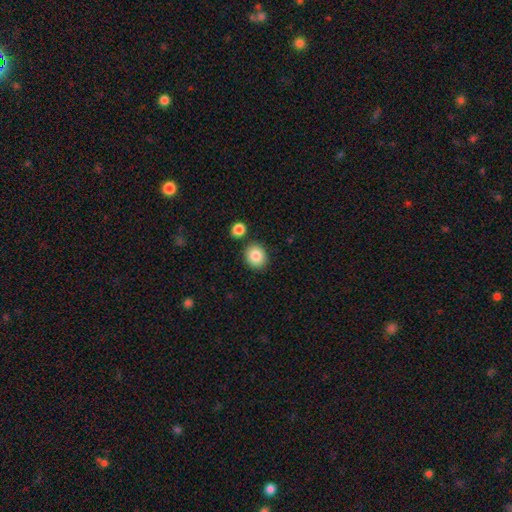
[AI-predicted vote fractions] A smooth galaxy with no disk features (86%) that is round (76%). Merging: none (85%).